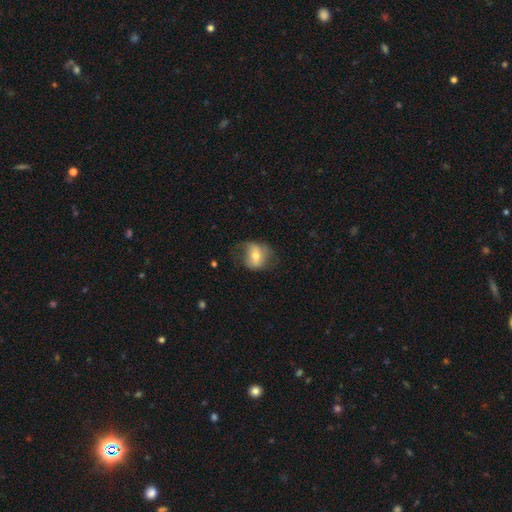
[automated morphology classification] smooth_or_featured: smooth (p=0.51) [alt: featured or disk p=0.41]
how_rounded: in between (p=0.54) [alt: round p=0.45]
merging: none (p=0.51) [alt: minor disturbance p=0.27]